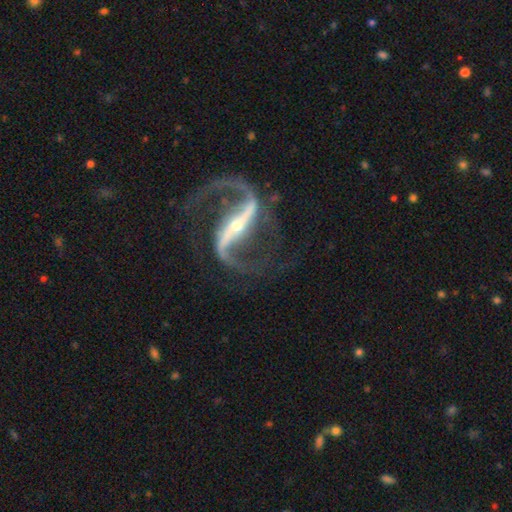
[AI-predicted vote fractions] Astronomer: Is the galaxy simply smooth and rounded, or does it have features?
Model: featured or disk — 94%.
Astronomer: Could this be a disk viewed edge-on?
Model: no — 96%.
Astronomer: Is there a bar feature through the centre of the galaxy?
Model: strong — 75%.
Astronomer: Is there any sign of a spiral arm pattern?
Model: yes — 98%.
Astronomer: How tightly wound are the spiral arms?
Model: loose — 52% (runner-up: medium, 40%).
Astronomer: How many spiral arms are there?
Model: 2 — 95%.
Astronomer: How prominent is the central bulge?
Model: small — 71%.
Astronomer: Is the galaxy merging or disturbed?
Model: none — 78%.